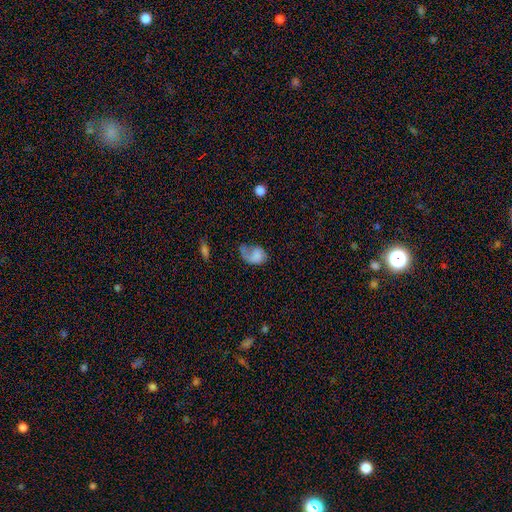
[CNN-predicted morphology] Q: Smooth or featured?
A: smooth (54%); runner-up: featured or disk (37%)
Q: How rounded?
A: in between (71%); runner-up: round (28%)
Q: Merging?
A: major disturbance (46%); runner-up: none (26%)